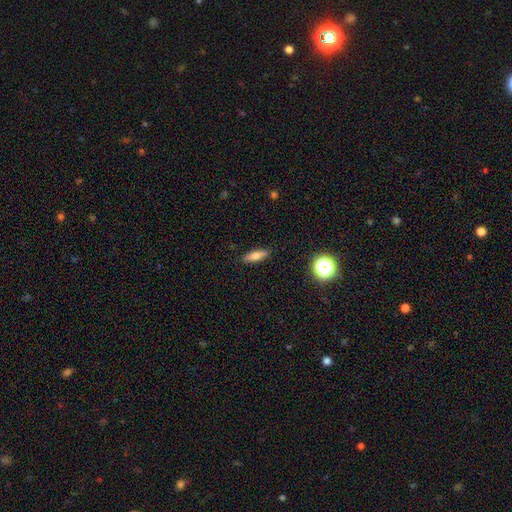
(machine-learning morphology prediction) Smooth or featured?
  - smooth: 68% *
  - featured or disk: 22%
  - star or artifact: 9%
How rounded?
  - cigar-shaped: 58% *
  - in between: 39%
  - round: 3%
Merging?
  - none: 88% *
  - minor disturbance: 8%
  - major disturbance: 2%
  - merger: 1%